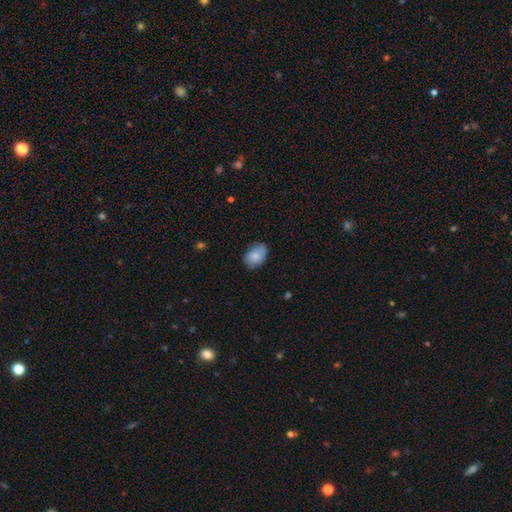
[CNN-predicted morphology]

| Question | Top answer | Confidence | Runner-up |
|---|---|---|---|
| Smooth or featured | smooth | 84% | featured or disk (9%) |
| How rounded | in between | 84% | round (15%) |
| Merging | none | 66% | minor disturbance (27%) |